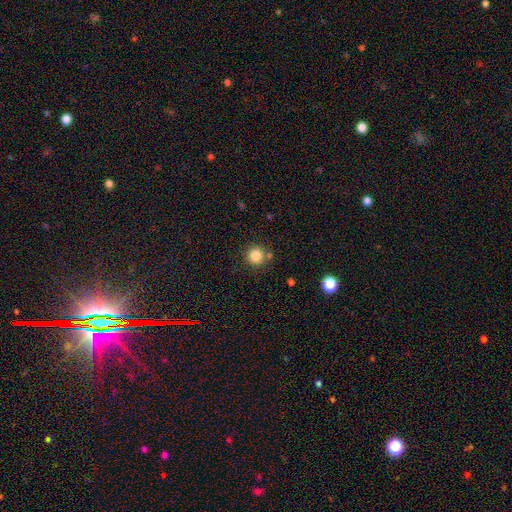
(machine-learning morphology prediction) smooth-or-featured: smooth: 84% | star or artifact: 11% | featured or disk: 4%
  how-rounded: round: 94% | in between: 5% | cigar-shaped: 1%
  merging: none: 82% | minor disturbance: 8% | merger: 6% | major disturbance: 3%